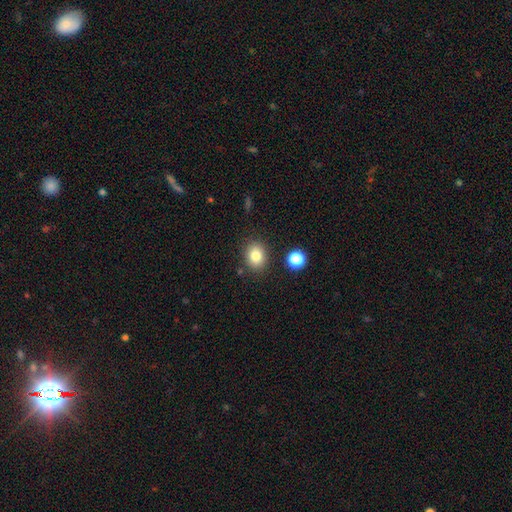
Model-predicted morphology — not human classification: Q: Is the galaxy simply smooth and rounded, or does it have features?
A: smooth — 83%.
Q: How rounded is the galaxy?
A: round — 58%.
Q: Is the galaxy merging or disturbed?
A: none — 84%.